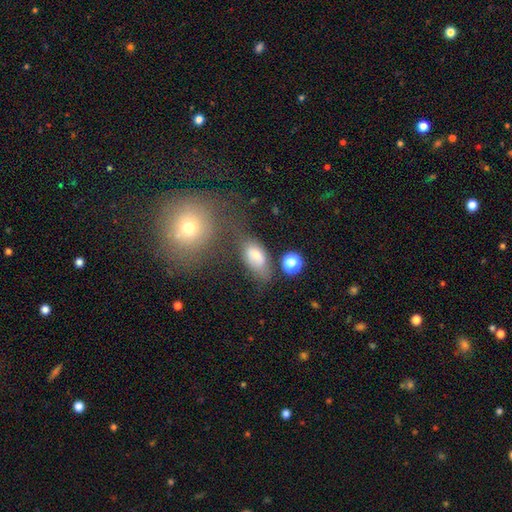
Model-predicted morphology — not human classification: A smooth galaxy with no disk features (70%) that is in between round and cigar-shaped (87%).

Vote fractions:
- Smooth or featured? smooth: 70% / featured or disk: 19% / star or artifact: 11%
- How rounded? in between: 87% / round: 7% / cigar-shaped: 6%
- Merging? none: 52% / minor disturbance: 23% / merger: 13% / major disturbance: 13%